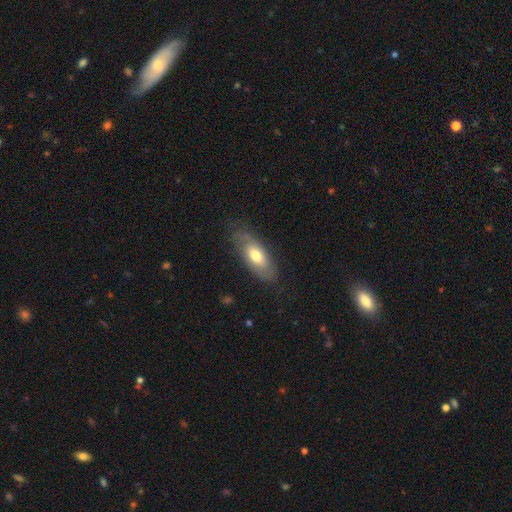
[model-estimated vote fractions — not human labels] Morphology: type=smooth (55%); roundness=in between (83%); merging=none (72%).